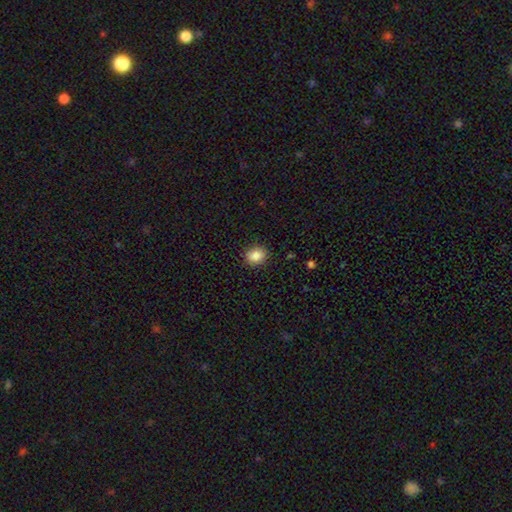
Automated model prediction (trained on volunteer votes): Smooth or featured?
  - smooth: 87% *
  - star or artifact: 9%
  - featured or disk: 4%
How rounded?
  - round: 59% *
  - in between: 40%
  - cigar-shaped: 1%
Merging?
  - none: 89% *
  - minor disturbance: 8%
  - major disturbance: 2%
  - merger: 1%